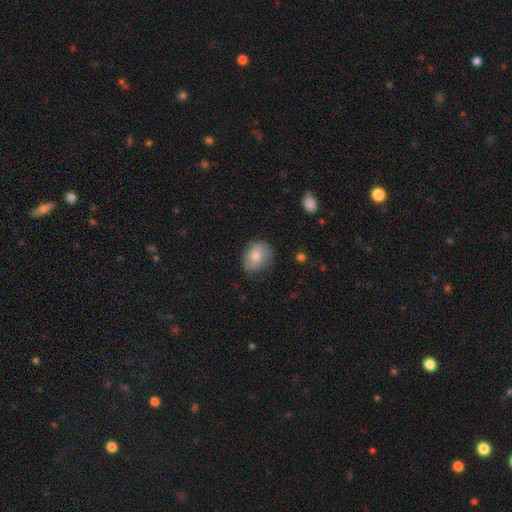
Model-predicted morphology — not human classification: The model was most divided on "how rounded": round: 58%, in between: 41%, cigar-shaped: 1%. More confident: smooth or featured — smooth (72%); merging — none (68%).